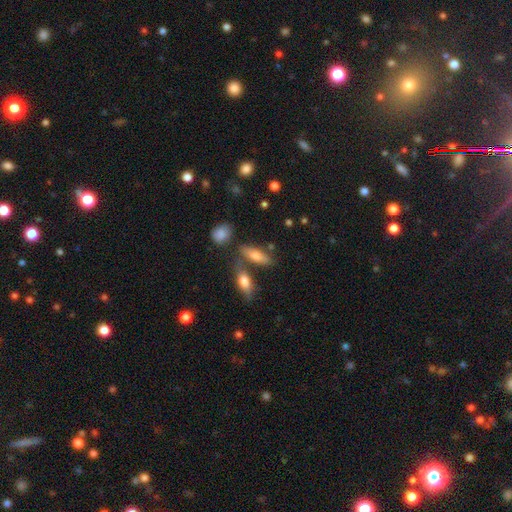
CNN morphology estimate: Q: Smooth or featured?
A: smooth (71%); runner-up: featured or disk (21%)
Q: How rounded?
A: in between (62%); runner-up: cigar-shaped (35%)
Q: Merging?
A: none (60%); runner-up: merger (23%)